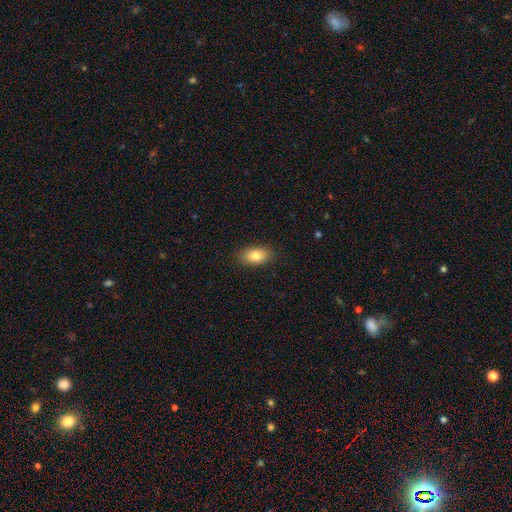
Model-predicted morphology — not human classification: smooth-or-featured: smooth: 82% | featured or disk: 11% | star or artifact: 7%
  how-rounded: in between: 91% | round: 5% | cigar-shaped: 4%
  merging: none: 88% | minor disturbance: 9% | major disturbance: 2% | merger: 1%